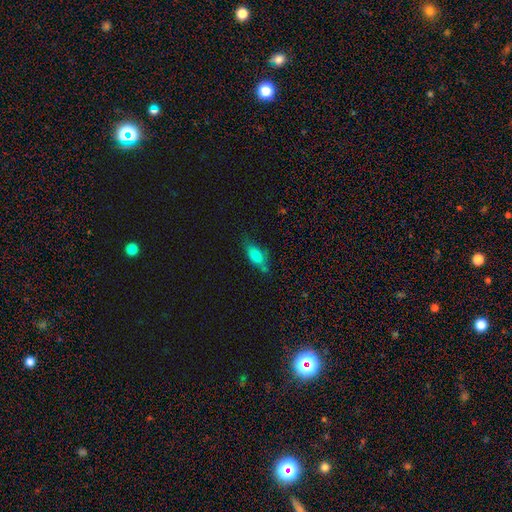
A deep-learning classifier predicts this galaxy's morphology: Smooth or featured?
  - smooth: 76% *
  - featured or disk: 16%
  - star or artifact: 9%
How rounded?
  - in between: 78% *
  - cigar-shaped: 18%
  - round: 4%
Merging?
  - none: 59% *
  - minor disturbance: 27%
  - merger: 7%
  - major disturbance: 7%